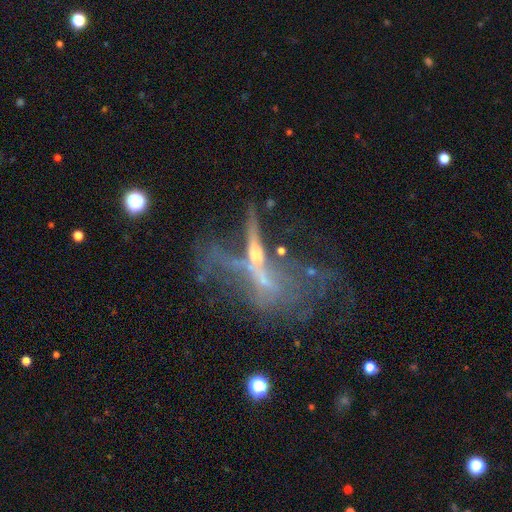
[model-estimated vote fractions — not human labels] smooth_or_featured: featured or disk (p=0.66) [alt: star or artifact p=0.18]
disk_edge_on: no (p=0.51) [alt: yes p=0.49]
merging: major disturbance (p=0.32) [alt: merger p=0.29]